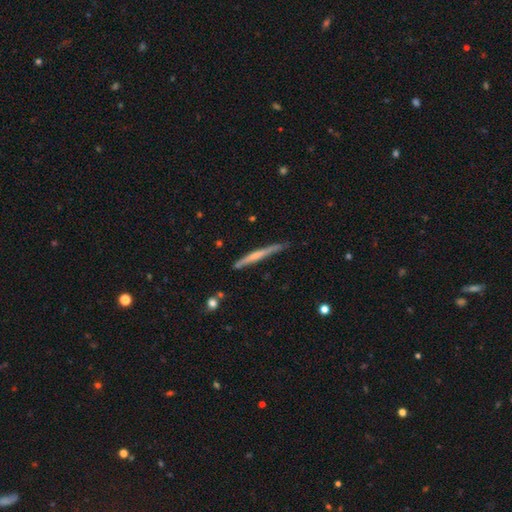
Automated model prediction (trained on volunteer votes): smooth_or_featured: featured or disk (p=0.54) [alt: smooth p=0.41]
disk_edge_on: yes (p=0.97) [alt: no p=0.03]
edge_on_bulge: none (p=0.57) [alt: rounded p=0.32]
merging: none (p=0.83) [alt: minor disturbance p=0.14]